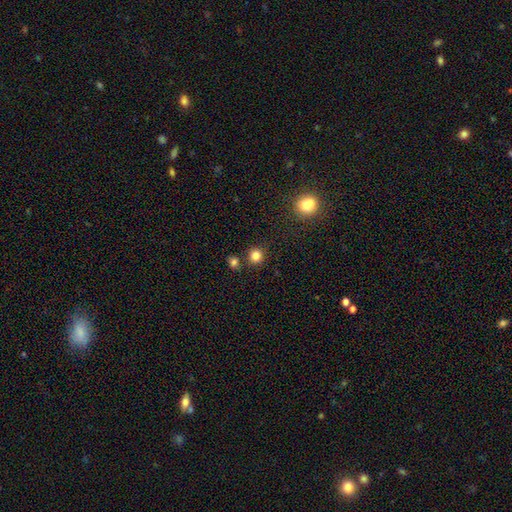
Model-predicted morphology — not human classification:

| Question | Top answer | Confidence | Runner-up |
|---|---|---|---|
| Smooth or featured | smooth | 82% | star or artifact (13%) |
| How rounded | round | 91% | in between (8%) |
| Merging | none | 81% | merger (9%) |